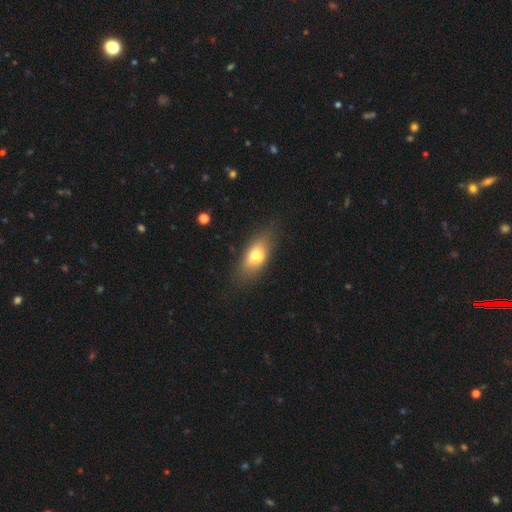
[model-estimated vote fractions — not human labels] This is likely a smooth galaxy (67%). How rounded: clearly in between (82%). Merging: likely none (71%).